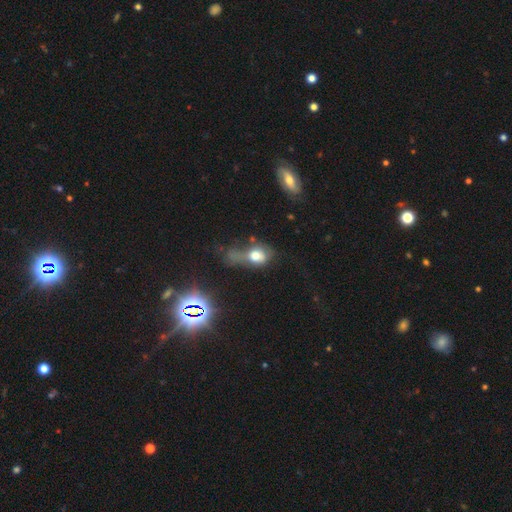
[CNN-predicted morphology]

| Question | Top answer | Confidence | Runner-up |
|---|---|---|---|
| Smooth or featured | smooth | 62% | featured or disk (23%) |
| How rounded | in between | 57% | round (39%) |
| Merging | major disturbance | 45% | minor disturbance (20%) |